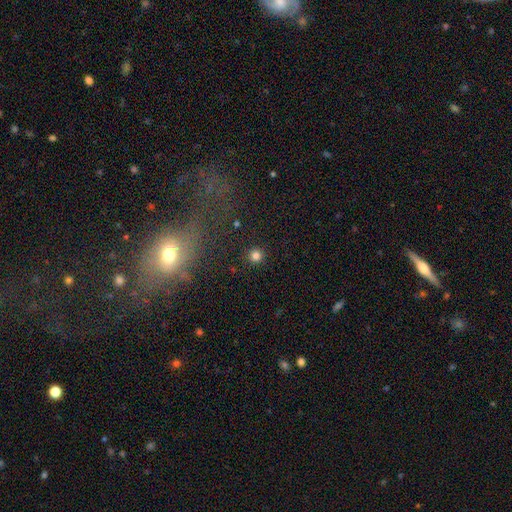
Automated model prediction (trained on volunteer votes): Overall: smooth (80%). How rounded: round (95%). Merging: none (92%).